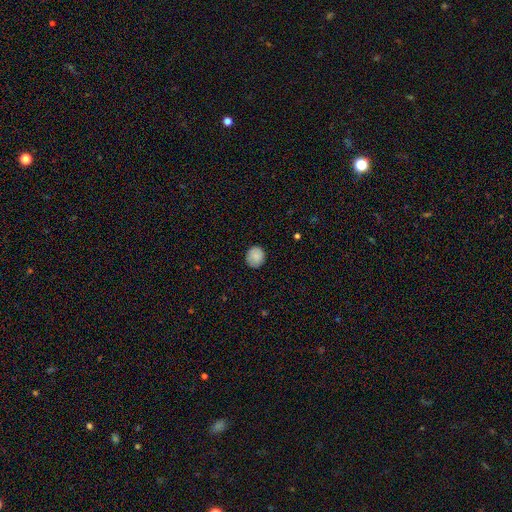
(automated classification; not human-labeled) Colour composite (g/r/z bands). It shows a smooth galaxy with no disk features (87%) that is round (80%). Merging: none (86%).